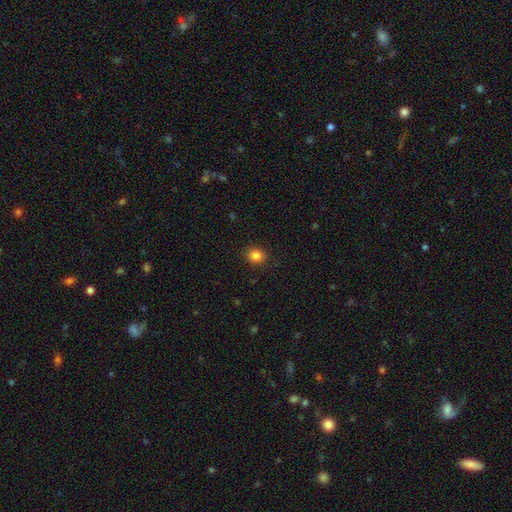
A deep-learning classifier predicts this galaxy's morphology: Smooth or featured: smooth — 85% (star or artifact — 11%)
How rounded: round — 71% (in between — 28%)
Merging: none — 90% (minor disturbance — 7%)